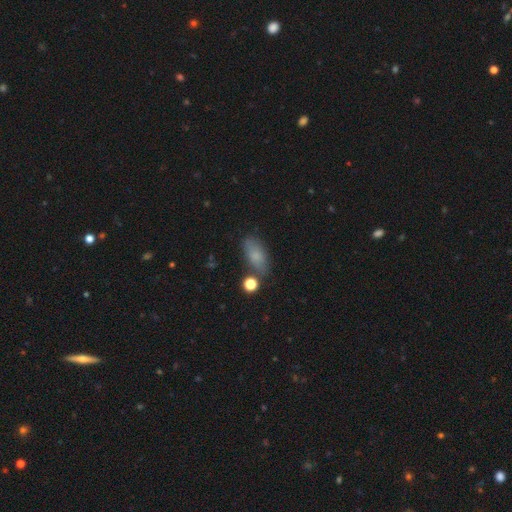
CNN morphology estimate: Overall: smooth (77%). How rounded: in between (84%). Merging: none (69%).